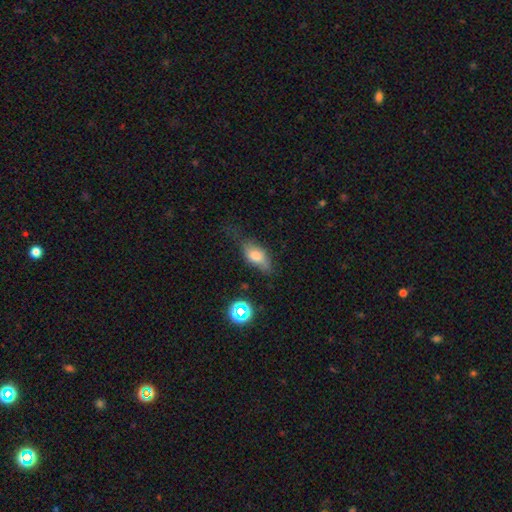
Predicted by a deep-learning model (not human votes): Q: Smooth or featured?
A: smooth (70%); runner-up: featured or disk (19%)
Q: How rounded?
A: in between (84%); runner-up: cigar-shaped (9%)
Q: Merging?
A: none (48%); runner-up: minor disturbance (31%)